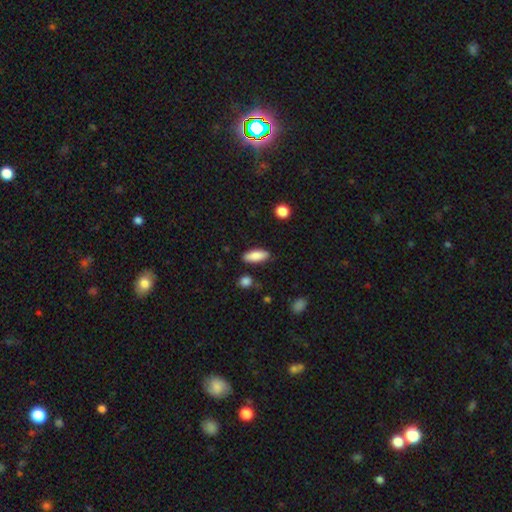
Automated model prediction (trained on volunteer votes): Morphology: type=smooth (86%); roundness=in between (71%); merging=none (84%).